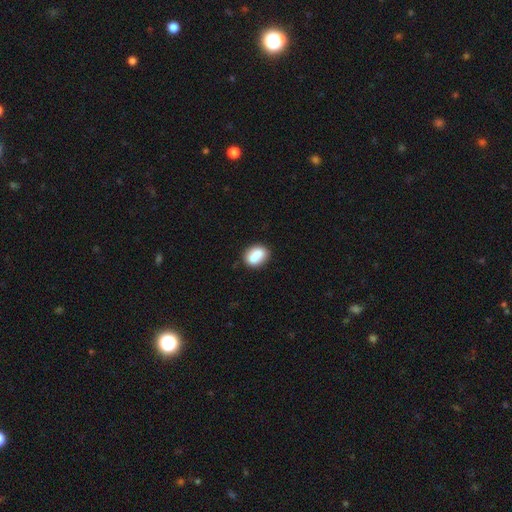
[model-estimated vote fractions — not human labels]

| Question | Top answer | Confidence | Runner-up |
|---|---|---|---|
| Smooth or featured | smooth | 82% | featured or disk (10%) |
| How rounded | in between | 70% | round (27%) |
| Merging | none | 69% | minor disturbance (16%) |